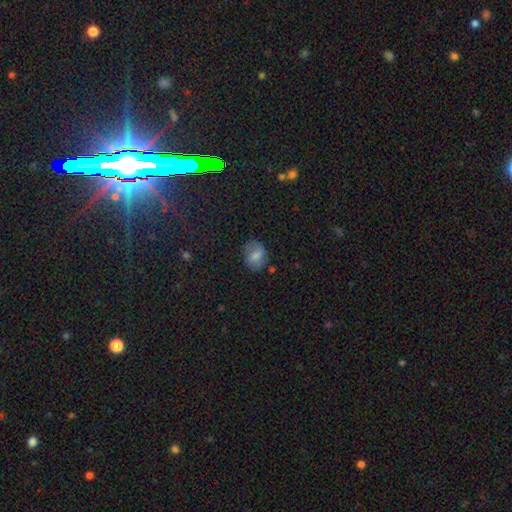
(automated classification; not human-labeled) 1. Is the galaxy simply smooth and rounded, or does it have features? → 64% smooth, 25% featured or disk, 11% star or artifact.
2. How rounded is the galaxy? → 52% in between, 47% round, 1% cigar-shaped.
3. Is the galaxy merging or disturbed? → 70% none, 21% minor disturbance, 7% major disturbance, 2% merger.